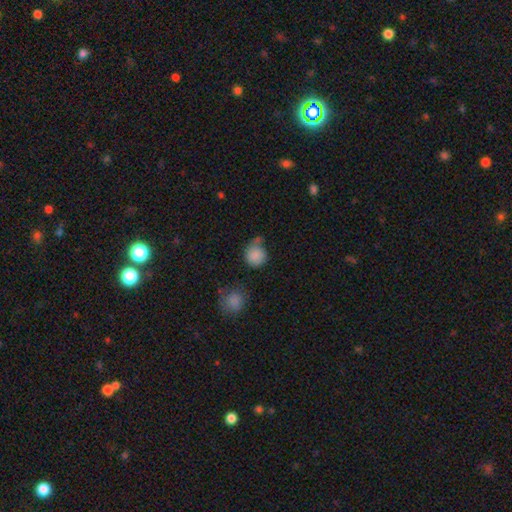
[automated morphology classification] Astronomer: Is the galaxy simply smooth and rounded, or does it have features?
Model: smooth — 83%.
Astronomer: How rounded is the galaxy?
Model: round — 82%.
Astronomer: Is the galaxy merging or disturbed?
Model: none — 51% (runner-up: minor disturbance, 28%).